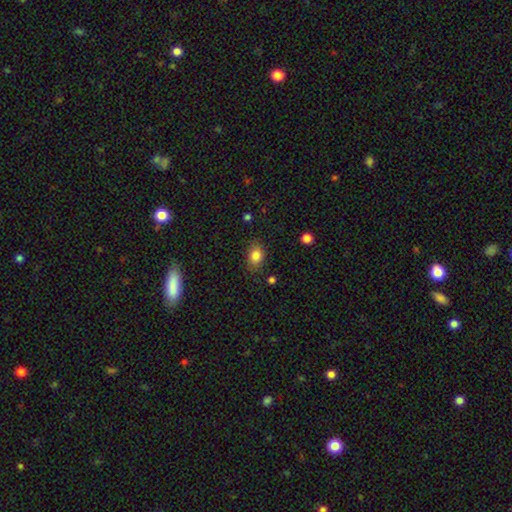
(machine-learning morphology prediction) Q: Smooth or featured?
A: smooth (84%); runner-up: star or artifact (10%)
Q: How rounded?
A: in between (66%); runner-up: round (33%)
Q: Merging?
A: none (80%); runner-up: minor disturbance (15%)